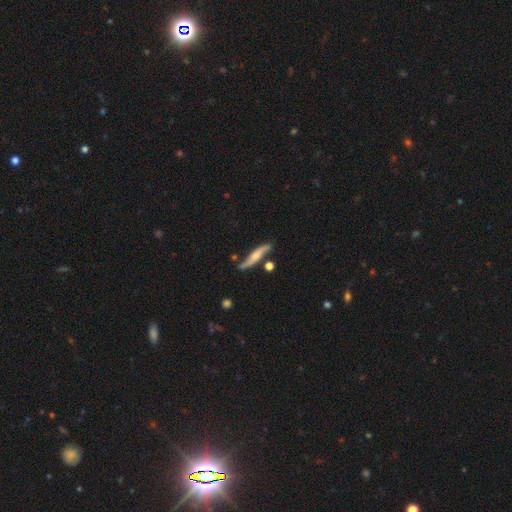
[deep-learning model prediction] smooth_or_featured: featured or disk (p=0.71) [alt: smooth p=0.23]
disk_edge_on: yes (p=0.57) [alt: no p=0.43]
merging: none (p=0.71) [alt: minor disturbance p=0.17]